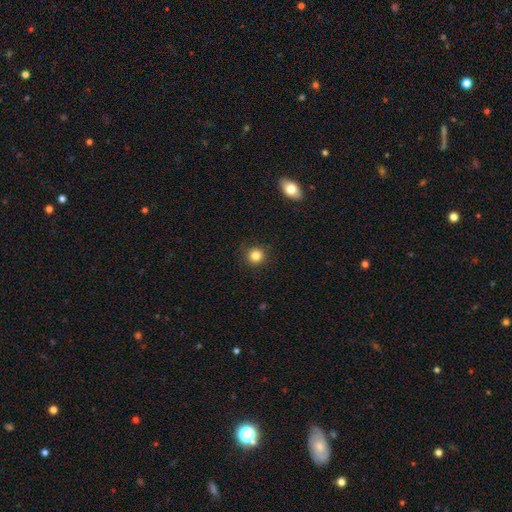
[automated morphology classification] Smooth or featured? Predicted: smooth (p=0.83). How rounded? Predicted: round (p=0.93). Merging? Predicted: none (p=0.90).